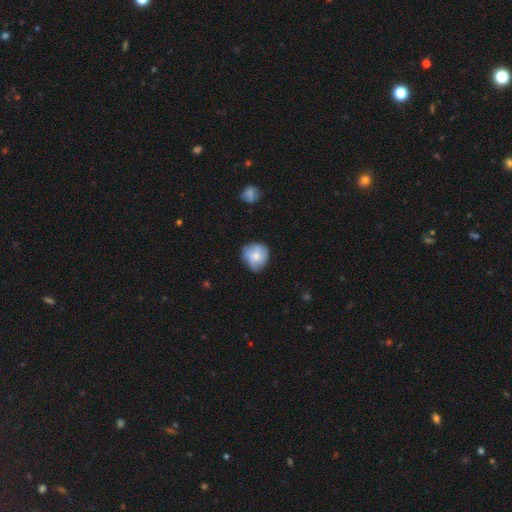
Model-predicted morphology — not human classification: The model was most divided on "smooth or featured": smooth: 62%, featured or disk: 30%, star or artifact: 7%. More confident: how rounded — round (80%); merging — none (61%).